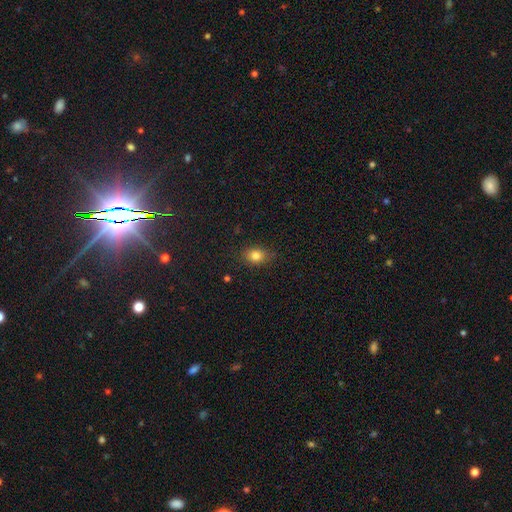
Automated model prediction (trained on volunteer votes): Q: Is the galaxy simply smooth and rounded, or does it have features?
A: smooth — 82%.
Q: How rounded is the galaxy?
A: in between — 61%.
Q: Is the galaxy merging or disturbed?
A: none — 82%.